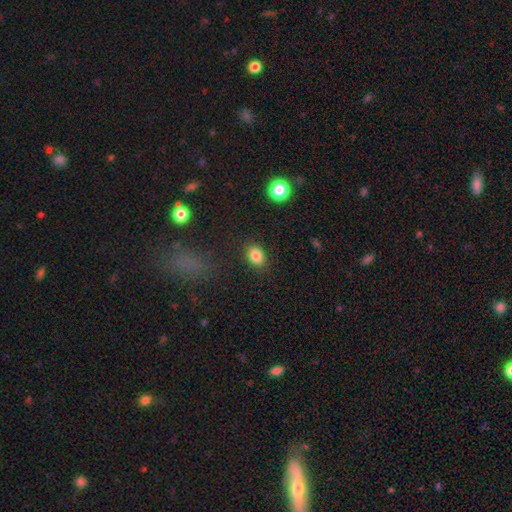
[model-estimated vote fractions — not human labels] smooth 84%, star or artifact 10%, featured or disk 5%. Down the decision tree: how rounded — in between (60%); merging — none (85%).